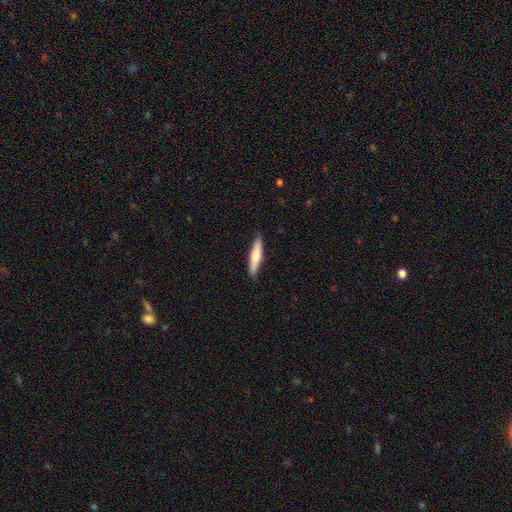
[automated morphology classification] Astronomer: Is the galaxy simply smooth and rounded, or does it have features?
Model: smooth — 67%.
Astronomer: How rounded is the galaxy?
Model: cigar-shaped — 84%.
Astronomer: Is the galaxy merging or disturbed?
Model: none — 88%.